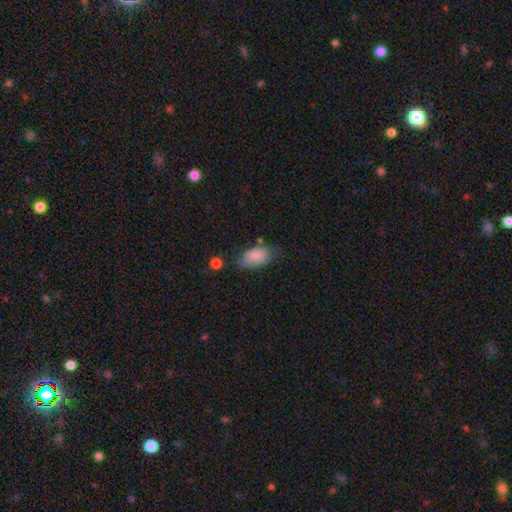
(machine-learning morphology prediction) Overall: smooth (84%). How rounded: in between (92%). Merging: none (57%; minor disturbance 30%).